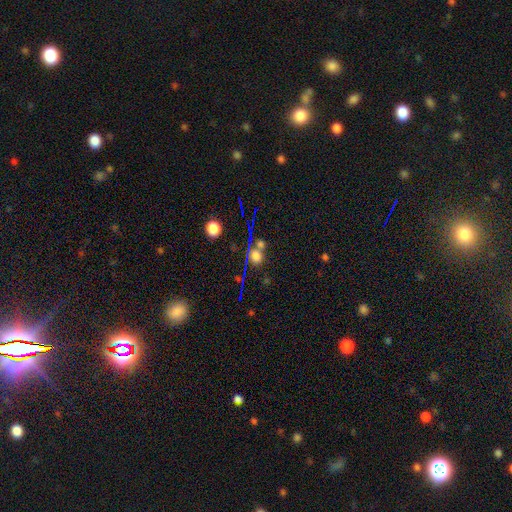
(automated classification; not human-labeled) smooth_or_featured: smooth (p=0.60) [alt: star or artifact p=0.30]
how_rounded: round (p=0.81) [alt: in between p=0.17]
merging: none (p=0.60) [alt: merger p=0.24]